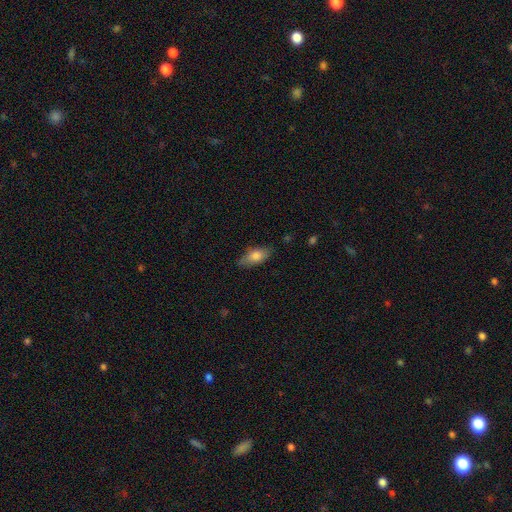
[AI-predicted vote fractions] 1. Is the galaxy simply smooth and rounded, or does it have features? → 76% smooth, 17% featured or disk, 7% star or artifact.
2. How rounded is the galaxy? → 81% in between, 15% cigar-shaped, 3% round.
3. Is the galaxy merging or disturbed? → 76% none, 19% minor disturbance, 4% major disturbance, 1% merger.